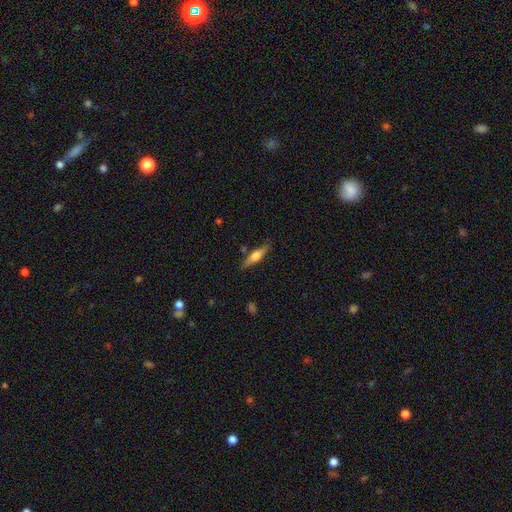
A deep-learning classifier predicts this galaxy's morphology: Smooth or featured? Predicted: smooth (p=0.49). Merging? Predicted: none (p=0.81).